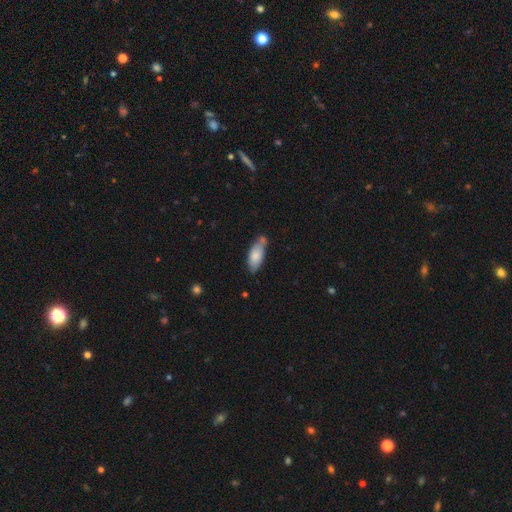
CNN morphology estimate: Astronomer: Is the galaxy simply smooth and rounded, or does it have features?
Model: smooth — 79%.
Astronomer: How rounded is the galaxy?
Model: in between — 75%.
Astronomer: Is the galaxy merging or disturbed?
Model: none — 55%.